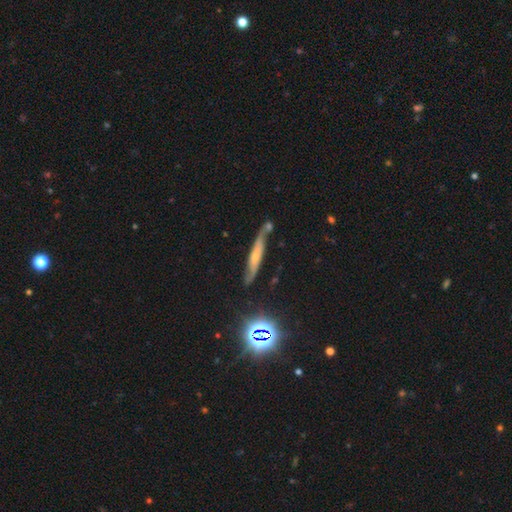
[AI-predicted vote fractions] Q: Smooth or featured?
A: featured or disk (53%); runner-up: smooth (33%)
Q: Edge-on disk?
A: yes (65%); runner-up: no (35%)
Q: Merging?
A: none (61%); runner-up: minor disturbance (20%)